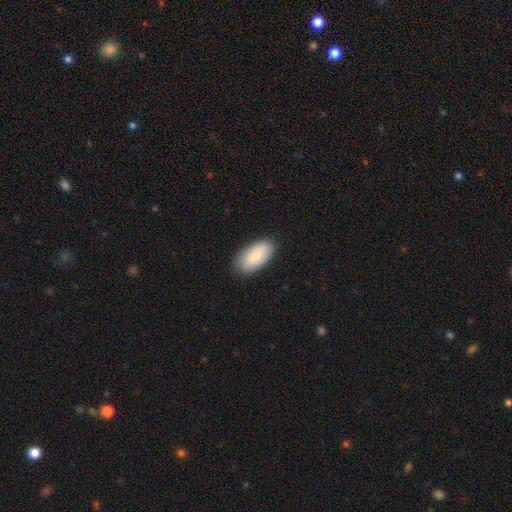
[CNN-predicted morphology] A smooth galaxy with no disk features (79%) that is in between round and cigar-shaped (94%). Merging: none (83%).